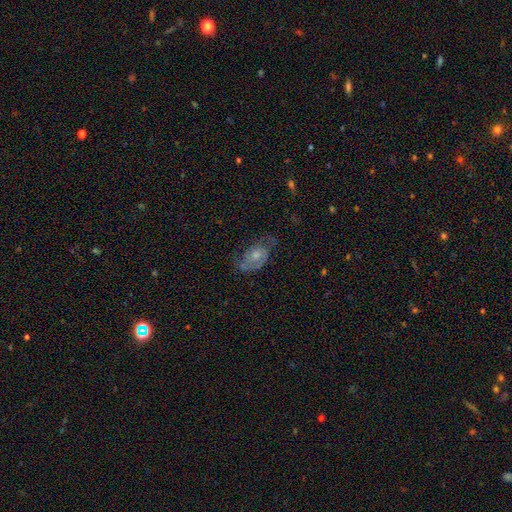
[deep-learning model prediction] Smooth or featured? Predicted: featured or disk (p=0.68). Edge-on disk? Predicted: no (p=0.95). Bar? Predicted: no (p=0.73). Spiral arms? Predicted: yes (p=0.86). Spiral winding? Predicted: medium (p=0.44). Spiral arm count? Predicted: 2 (p=0.68). Bulge size? Predicted: moderate (p=0.51). Merging? Predicted: none (p=0.58).